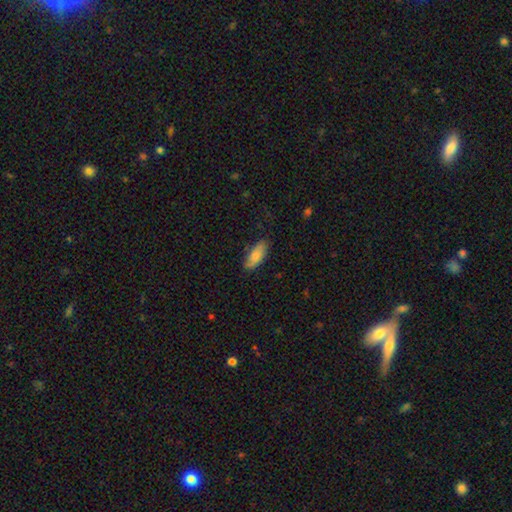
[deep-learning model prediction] This appears to be a smooth galaxy with no disk features (79%) that is in between round and cigar-shaped (83%). Merging: none (79%).